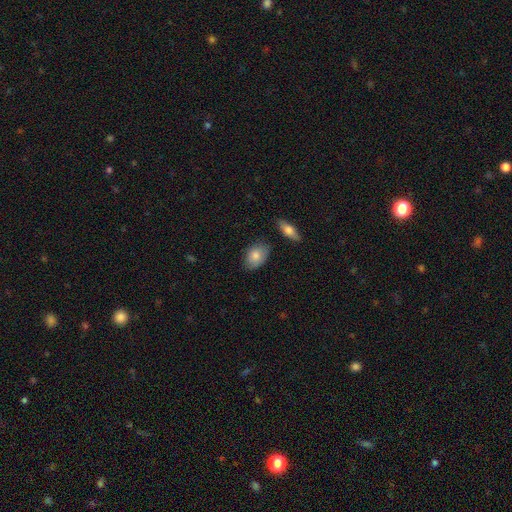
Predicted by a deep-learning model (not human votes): smooth-or-featured: smooth: 82% | featured or disk: 12% | star or artifact: 6%
  how-rounded: in between: 86% | round: 12% | cigar-shaped: 2%
  merging: none: 78% | minor disturbance: 16% | merger: 3% | major disturbance: 3%